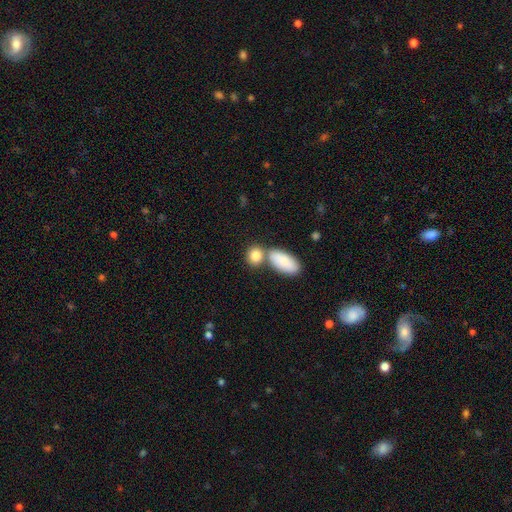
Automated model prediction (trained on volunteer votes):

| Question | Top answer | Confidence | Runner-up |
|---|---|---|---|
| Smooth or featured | smooth | 85% | featured or disk (8%) |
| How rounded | in between | 52% | round (44%) |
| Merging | none | 51% | merger (36%) |